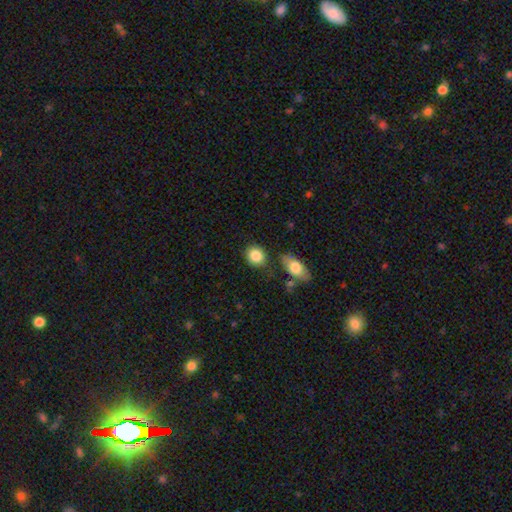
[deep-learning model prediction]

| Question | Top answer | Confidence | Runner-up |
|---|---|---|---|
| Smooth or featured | smooth | 86% | star or artifact (7%) |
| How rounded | round | 65% | in between (34%) |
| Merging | none | 76% | minor disturbance (12%) |